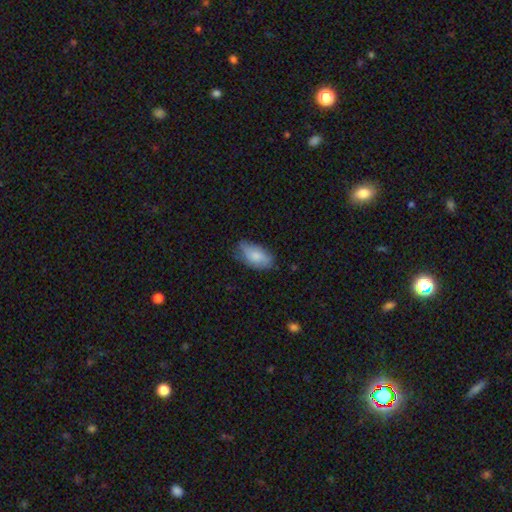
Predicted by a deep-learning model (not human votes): Smooth or featured? Predicted: smooth (p=0.80). How rounded? Predicted: in between (p=0.93). Merging? Predicted: none (p=0.63).